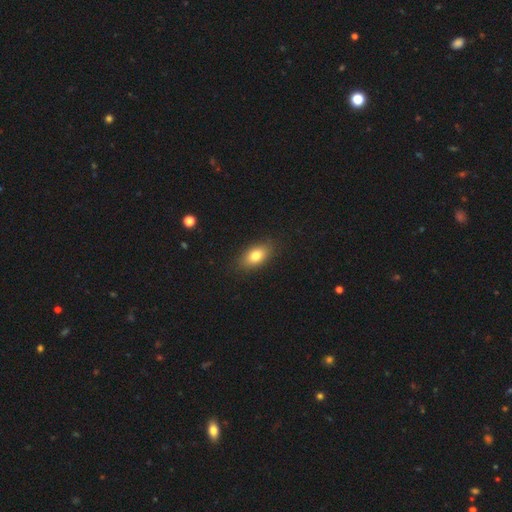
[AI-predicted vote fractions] A smooth galaxy with no disk features (79%) that is in between round and cigar-shaped (87%). Merging: none (86%).